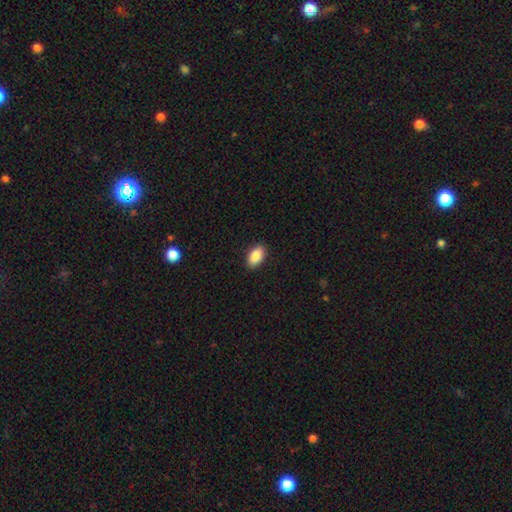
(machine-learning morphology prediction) type=smooth (88%); roundness=in between (93%); merging=none (89%).